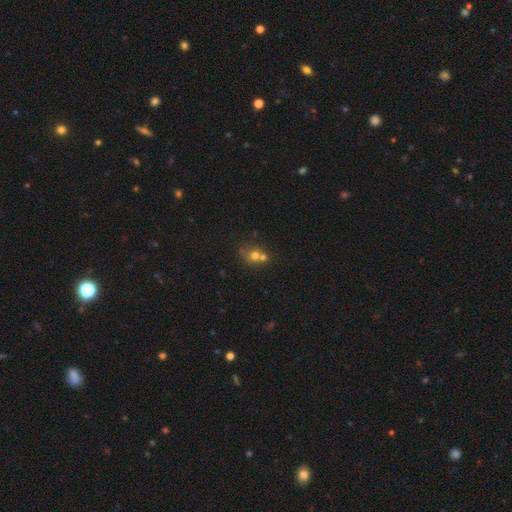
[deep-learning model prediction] Smooth or featured?
  - smooth: 64% *
  - star or artifact: 19%
  - featured or disk: 17%
How rounded?
  - round: 76% *
  - in between: 23%
  - cigar-shaped: 1%
Merging?
  - merger: 47% *
  - none: 40%
  - minor disturbance: 9%
  - major disturbance: 4%